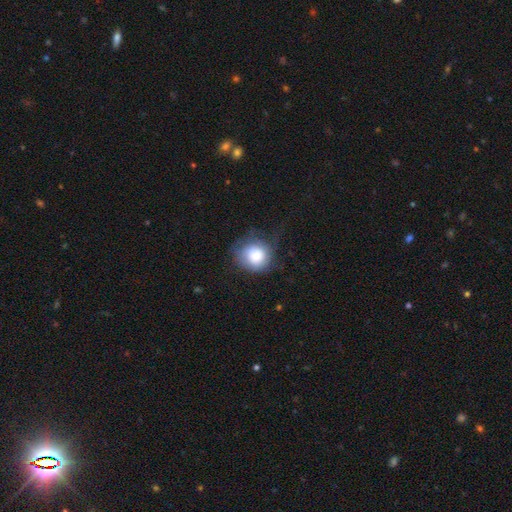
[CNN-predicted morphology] A smooth galaxy with no disk features (74%) that is round (86%). Merging: none (51%).